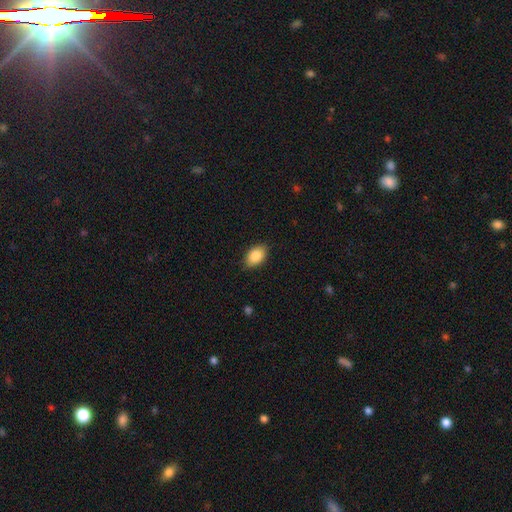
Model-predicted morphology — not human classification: This appears to be a smooth galaxy with no disk features (86%) that is in between round and cigar-shaped (90%). Merging: none (85%).